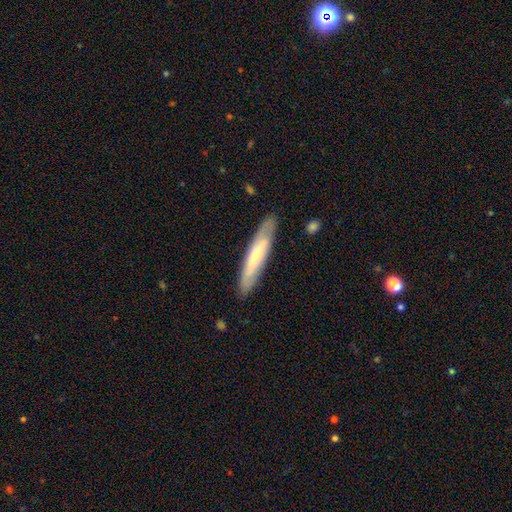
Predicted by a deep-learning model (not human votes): A smooth galaxy with no disk features (56%) that is cigar-shaped (87%).

Vote fractions:
- Smooth or featured? smooth: 56% / featured or disk: 38% / star or artifact: 5%
- How rounded? cigar-shaped: 87% / in between: 12% / round: 1%
- Merging? none: 85% / minor disturbance: 11% / major disturbance: 2% / merger: 1%